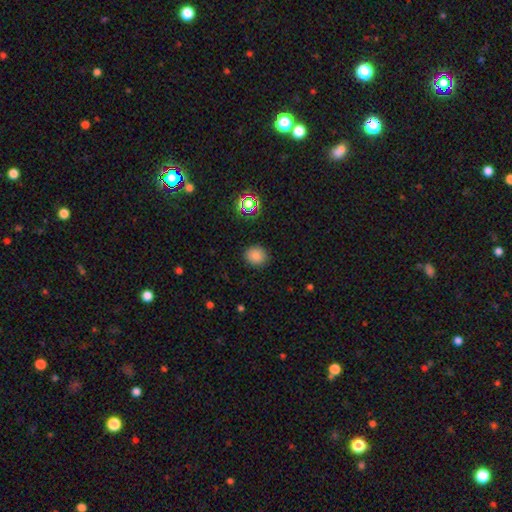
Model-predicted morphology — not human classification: Overall: smooth (81%). How rounded: round (75%). Merging: none (87%).